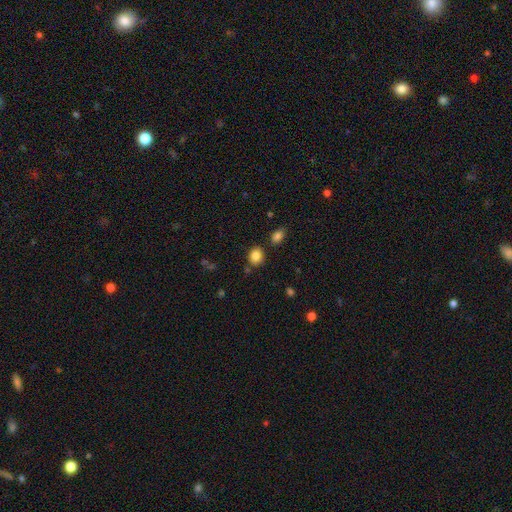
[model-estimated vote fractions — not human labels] Morphology: type=smooth (85%); roundness=round (63%); merging=none (80%).